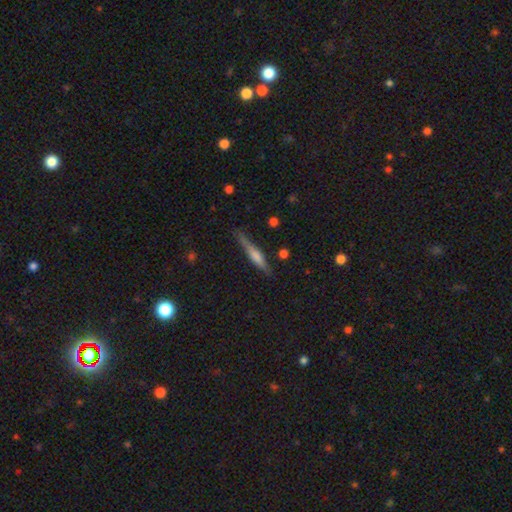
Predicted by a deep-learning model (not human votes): smooth_or_featured: featured or disk (p=0.48) [alt: smooth p=0.45]
merging: none (p=0.77) [alt: minor disturbance p=0.17]